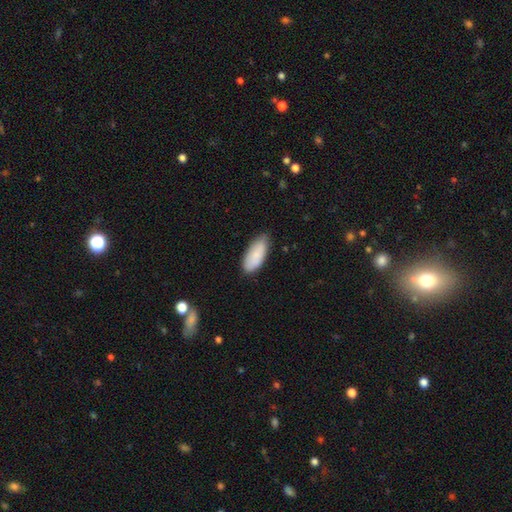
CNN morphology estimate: A smooth galaxy with no disk features (85%) that is in between round and cigar-shaped (87%).

Vote fractions:
- Smooth or featured? smooth: 85% / featured or disk: 9% / star or artifact: 6%
- How rounded? in between: 87% / cigar-shaped: 12% / round: 2%
- Merging? none: 75% / minor disturbance: 21% / major disturbance: 3% / merger: 1%